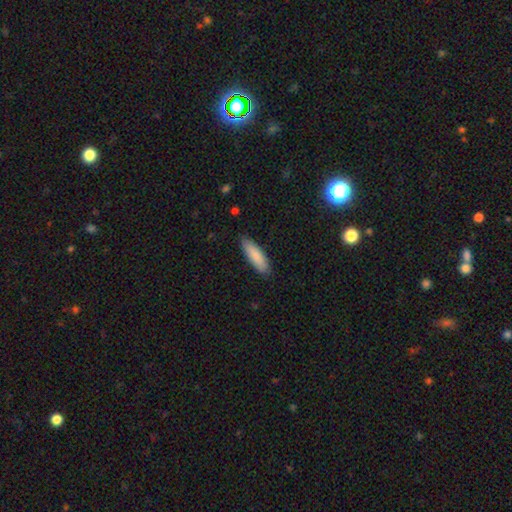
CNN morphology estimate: smooth 86%, featured or disk 8%, star or artifact 5%. Down the decision tree: how rounded — cigar-shaped (50%); merging — none (85%).